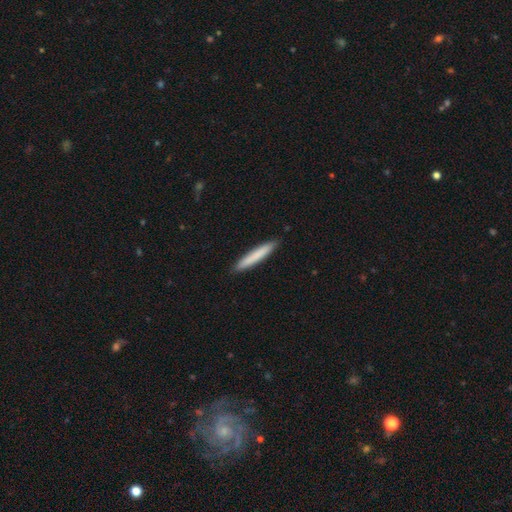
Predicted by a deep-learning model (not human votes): smooth-or-featured: smooth: 78% | featured or disk: 16% | star or artifact: 5%
  how-rounded: cigar-shaped: 95% | in between: 4% | round: 1%
  merging: none: 91% | minor disturbance: 7% | major disturbance: 1% | merger: 1%